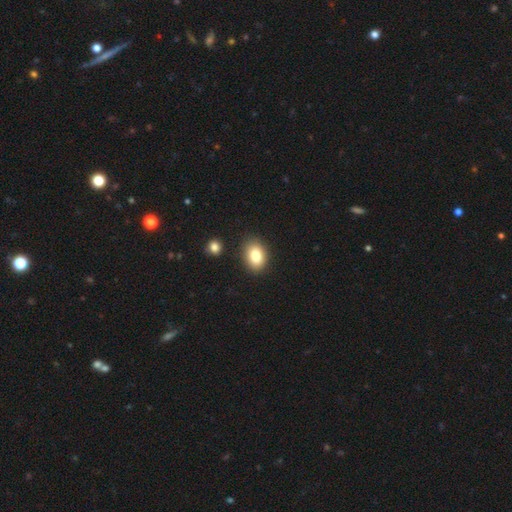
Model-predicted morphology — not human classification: Smooth or featured? Predicted: smooth (p=0.84). How rounded? Predicted: in between (p=0.77). Merging? Predicted: none (p=0.84).